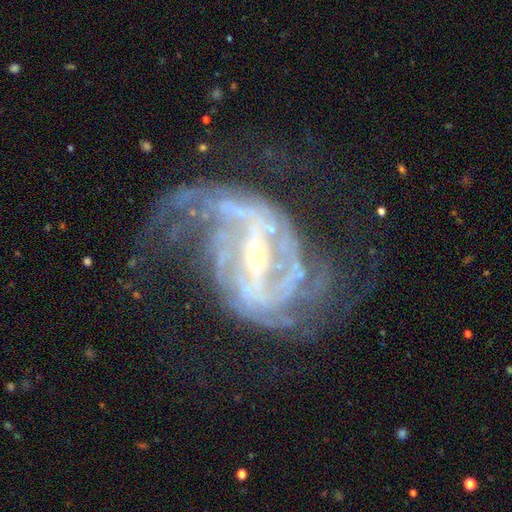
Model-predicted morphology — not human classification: Smooth or featured?
  - featured or disk: 90% *
  - star or artifact: 6%
  - smooth: 4%
Edge-on disk?
  - no: 97% *
  - yes: 3%
Bar?
  - strong: 64% *
  - weak: 27%
  - no: 8%
Spiral arms?
  - yes: 95% *
  - no: 5%
Spiral winding?
  - medium: 43% *
  - loose: 34%
  - tight: 23%
Spiral arm count?
  - 2: 52% *
  - can't tell: 18%
  - 3: 11%
  - 1: 8%
  - 4: 6%
  - more than 4: 5%
Bulge size?
  - small: 72% *
  - moderate: 23%
  - none: 2%
  - large: 2%
  - dominant: 1%
Merging?
  - none: 43% *
  - major disturbance: 37%
  - minor disturbance: 17%
  - merger: 3%